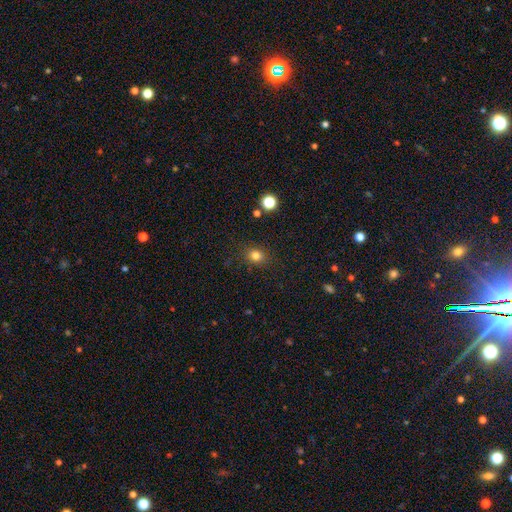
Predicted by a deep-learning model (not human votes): The model was most divided on "how rounded": round: 66%, in between: 33%, cigar-shaped: 1%. More confident: merging — none (86%); smooth or featured — smooth (81%).